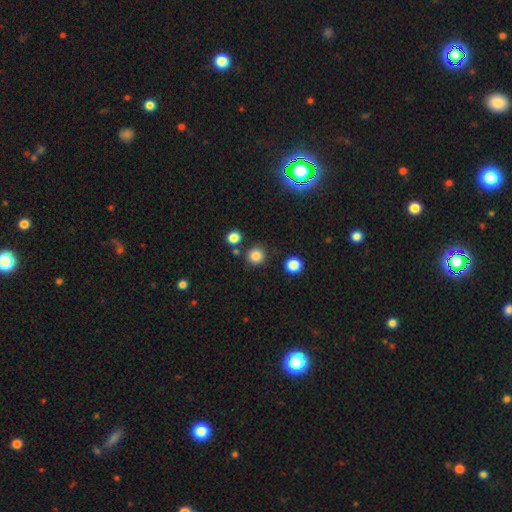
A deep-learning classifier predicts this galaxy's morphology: Smooth or featured? smooth (84%)
How rounded? round (93%)
Merging? none (86%)